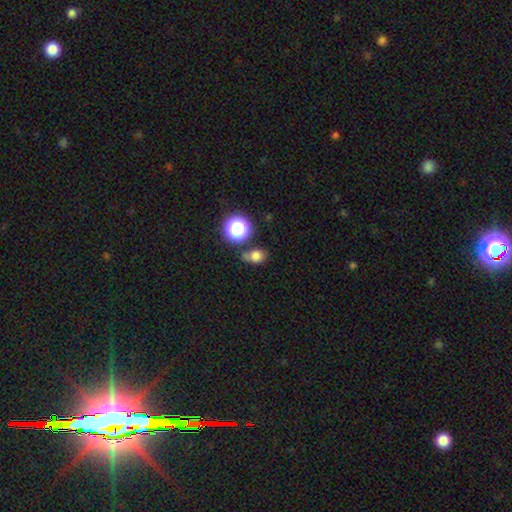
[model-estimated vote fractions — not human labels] Morphology: type=smooth (76%); roundness=round (53%); merging=none (54%).